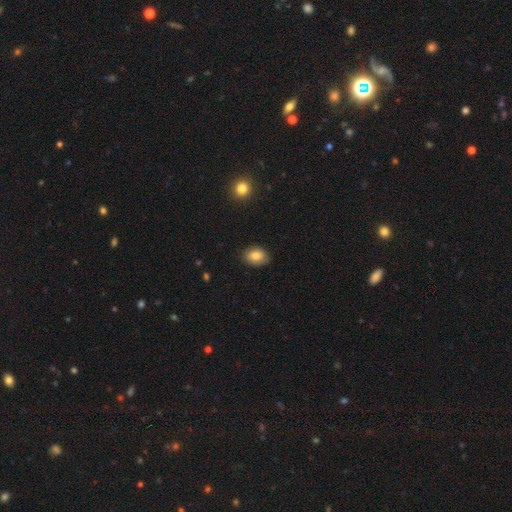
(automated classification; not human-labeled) A smooth galaxy with no disk features (83%) that is in between round and cigar-shaped (77%).

Vote fractions:
- Smooth or featured? smooth: 83% / featured or disk: 9% / star or artifact: 8%
- How rounded? in between: 77% / round: 22% / cigar-shaped: 1%
- Merging? none: 84% / minor disturbance: 13% / major disturbance: 2% / merger: 1%